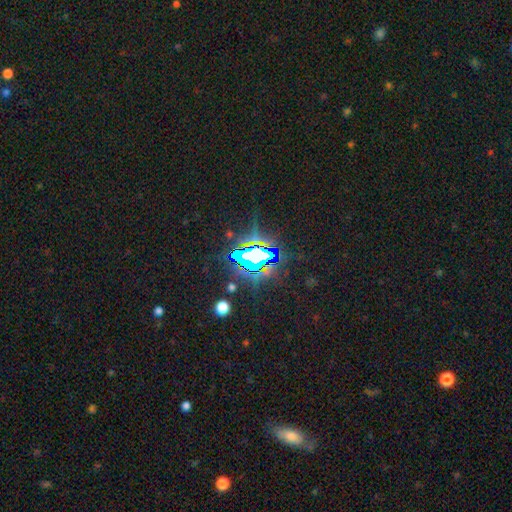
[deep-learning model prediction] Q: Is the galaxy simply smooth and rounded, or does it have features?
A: star or artifact — 73%.